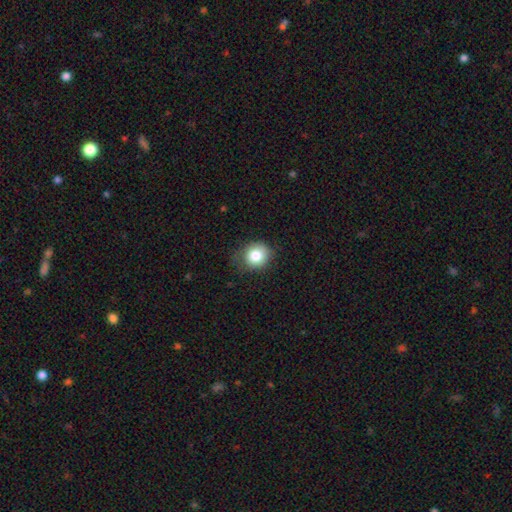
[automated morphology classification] This appears to be a smooth galaxy with no disk features (82%) that is round (81%). Merging: none (72%).